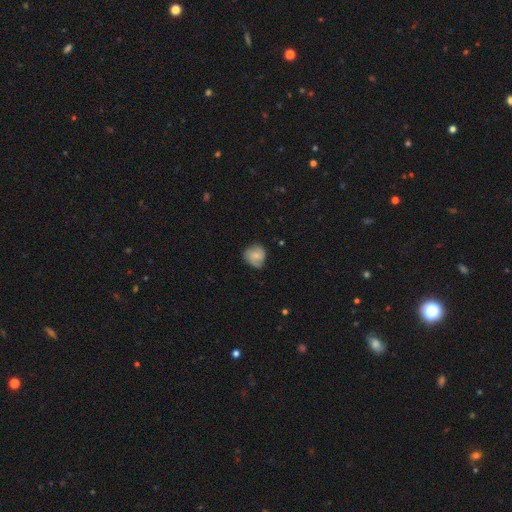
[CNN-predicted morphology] smooth 54%, featured or disk 38%, star or artifact 8%. Down the decision tree: how rounded — round (78%); merging — none (67%).